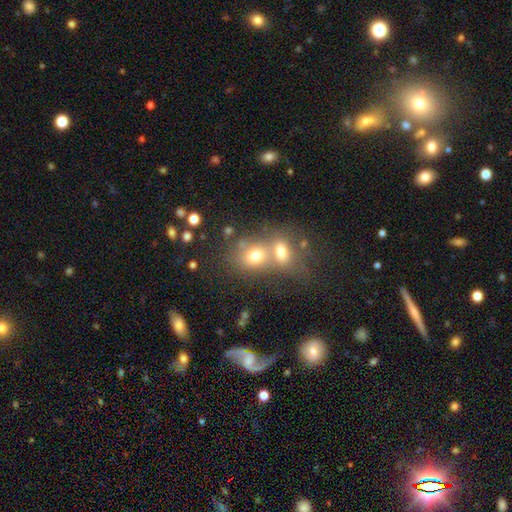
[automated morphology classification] Smooth or featured? smooth (70%)
How rounded? round (51%)
Merging? merger (60%)